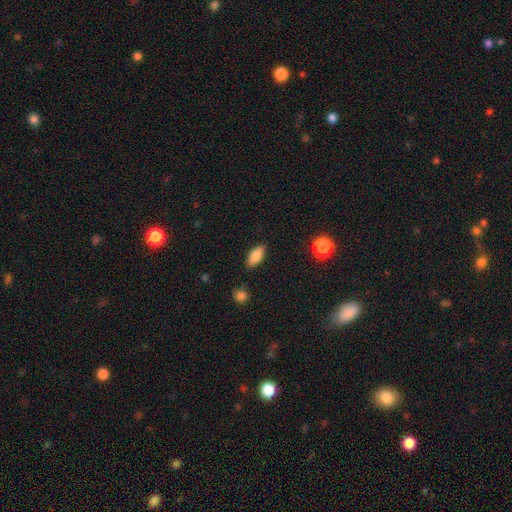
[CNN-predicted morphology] Overall: smooth (81%). How rounded: in between (84%). Merging: none (86%).